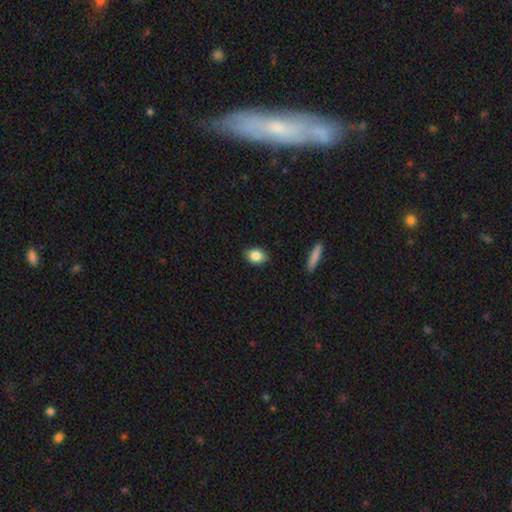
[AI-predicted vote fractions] Q: Smooth or featured?
A: smooth (85%); runner-up: star or artifact (8%)
Q: How rounded?
A: in between (73%); runner-up: round (25%)
Q: Merging?
A: none (87%); runner-up: minor disturbance (10%)